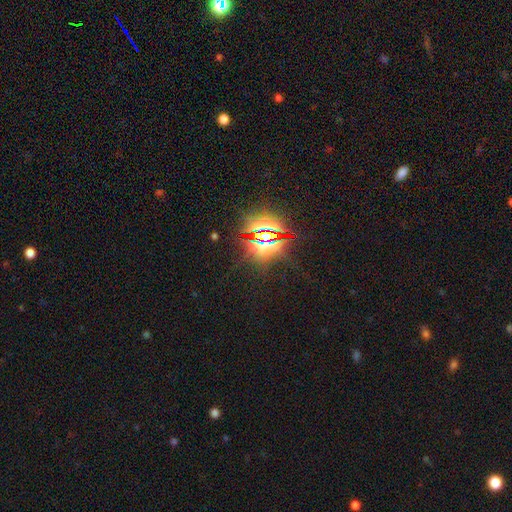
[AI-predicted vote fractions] This appears to be a star or artifact, not a galaxy (83%).